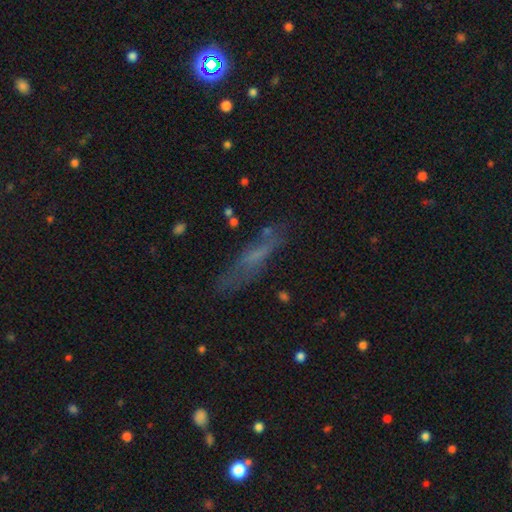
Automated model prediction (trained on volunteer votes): Q: Smooth or featured?
A: smooth (47%); runner-up: featured or disk (39%)
Q: Merging?
A: none (67%); runner-up: minor disturbance (20%)